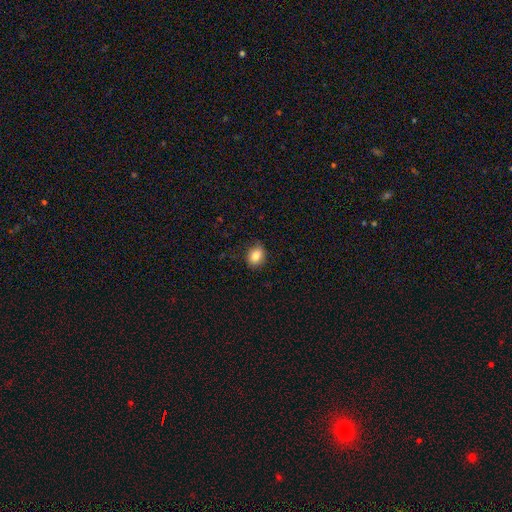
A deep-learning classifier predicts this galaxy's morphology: A smooth galaxy with no disk features (83%) that is in between round and cigar-shaped (53%).

Vote fractions:
- Smooth or featured? smooth: 83% / star or artifact: 9% / featured or disk: 7%
- How rounded? in between: 53% / round: 46% / cigar-shaped: 1%
- Merging? none: 83% / minor disturbance: 13% / major disturbance: 2% / merger: 1%